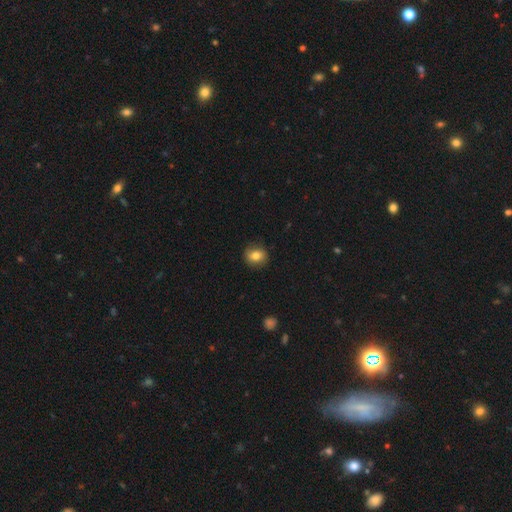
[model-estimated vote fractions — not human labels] A smooth galaxy with no disk features (80%) that is round (69%). Merging: none (87%).